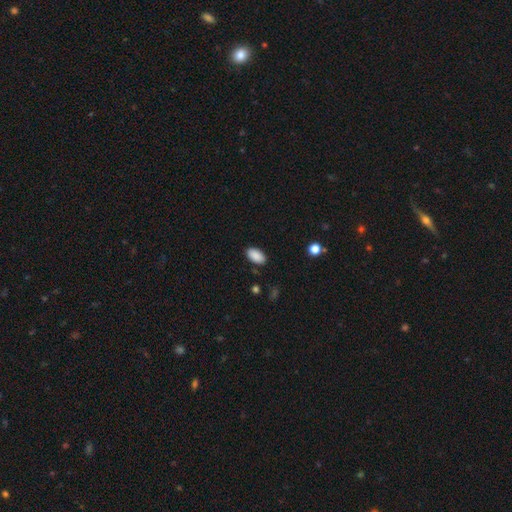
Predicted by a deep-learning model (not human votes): smooth 90%, star or artifact 7%, featured or disk 3%. Down the decision tree: how rounded — in between (95%); merging — none (87%).